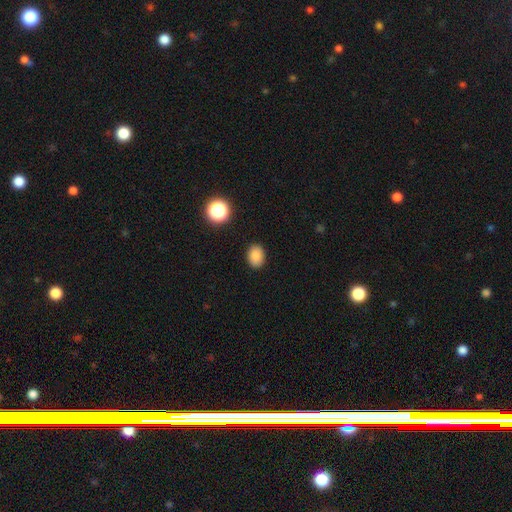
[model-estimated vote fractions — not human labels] A smooth galaxy with no disk features (85%) that is in between round and cigar-shaped (66%).

Vote fractions:
- Smooth or featured? smooth: 85% / star or artifact: 11% / featured or disk: 4%
- How rounded? in between: 66% / round: 33% / cigar-shaped: 1%
- Merging? none: 89% / minor disturbance: 8% / major disturbance: 2% / merger: 1%